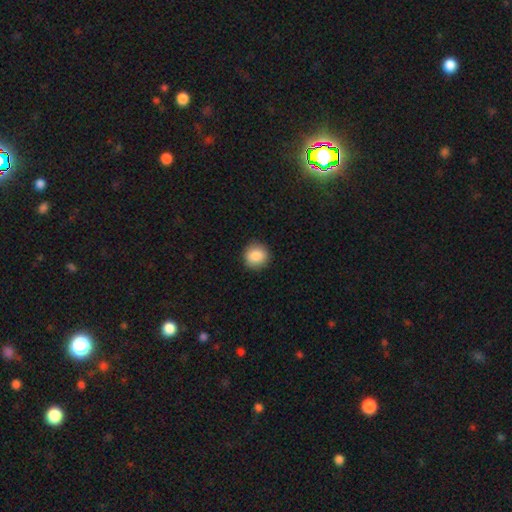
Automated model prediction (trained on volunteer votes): Overall: smooth (87%). How rounded: round (92%). Merging: none (90%).